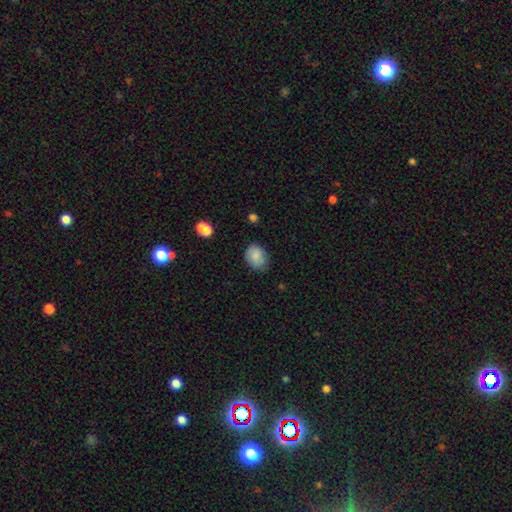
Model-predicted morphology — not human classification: Smooth or featured: smooth — 85% (star or artifact — 8%)
How rounded: in between — 70% (round — 29%)
Merging: none — 73% (minor disturbance — 21%)